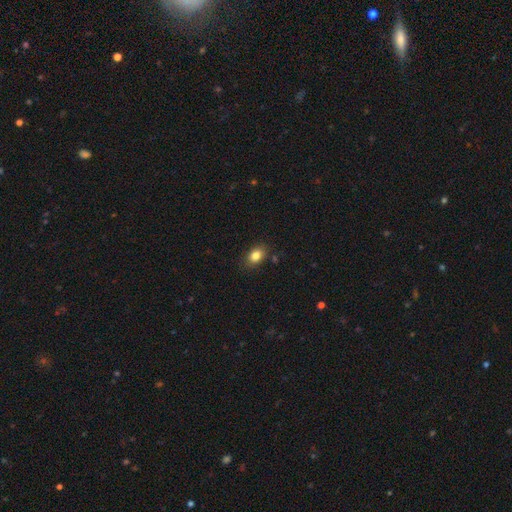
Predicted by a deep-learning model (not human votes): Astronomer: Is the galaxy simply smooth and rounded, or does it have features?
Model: smooth — 83%.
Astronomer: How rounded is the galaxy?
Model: in between — 75%.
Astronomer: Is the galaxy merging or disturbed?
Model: none — 84%.